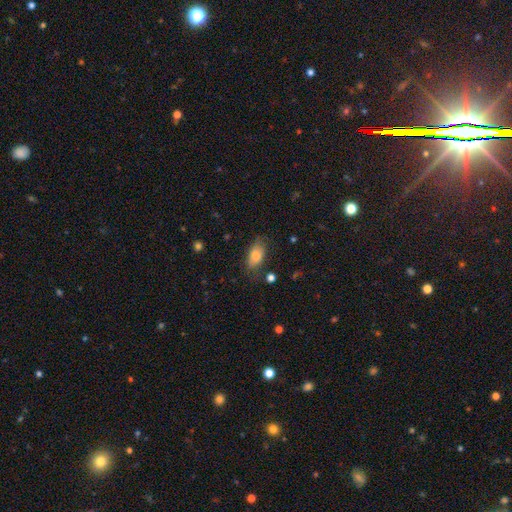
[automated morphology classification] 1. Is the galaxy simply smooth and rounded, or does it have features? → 78% smooth, 14% featured or disk, 8% star or artifact.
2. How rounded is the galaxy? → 88% in between, 6% round, 5% cigar-shaped.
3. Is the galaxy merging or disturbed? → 70% none, 21% minor disturbance, 6% major disturbance, 2% merger.